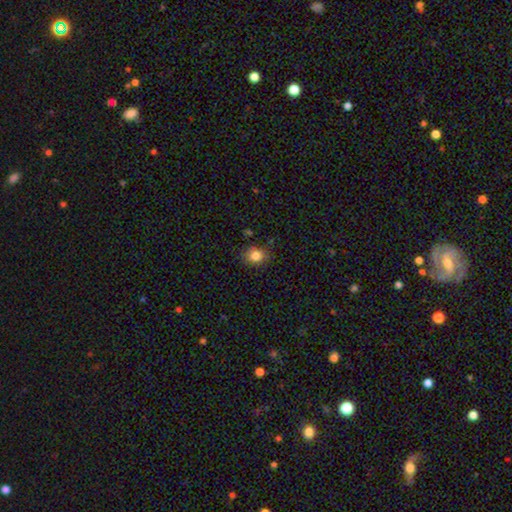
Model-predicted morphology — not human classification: type=smooth (84%); roundness=round (58%); merging=none (81%).